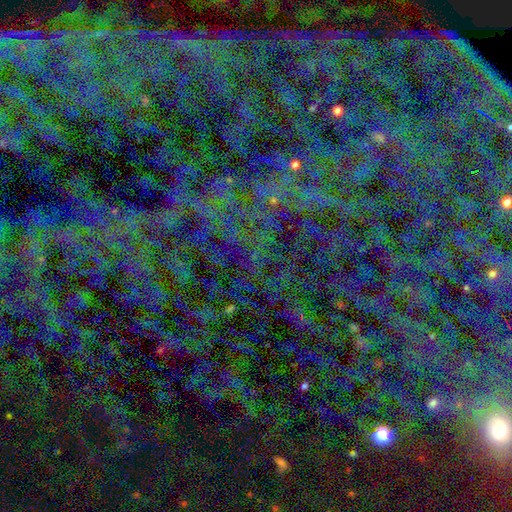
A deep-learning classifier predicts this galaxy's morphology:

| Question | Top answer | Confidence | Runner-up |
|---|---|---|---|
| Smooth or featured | star or artifact | 80% | smooth (12%) |